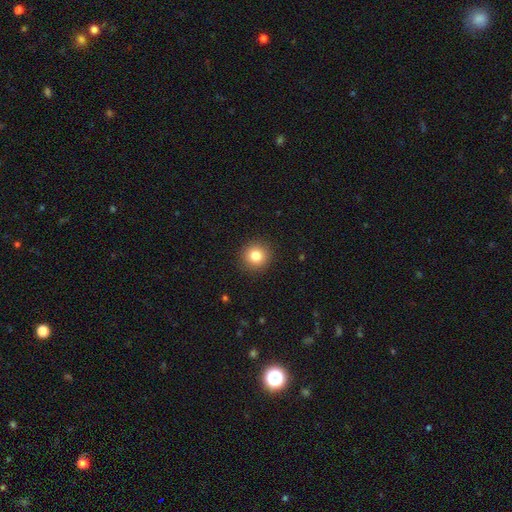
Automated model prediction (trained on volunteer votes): The model was most divided on "smooth or featured": smooth: 83%, star or artifact: 11%, featured or disk: 7%. More confident: how rounded — round (94%); merging — none (92%).